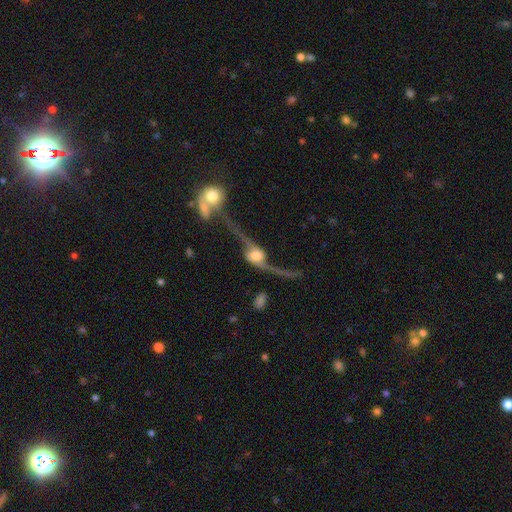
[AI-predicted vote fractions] A featured or disk galaxy (85%) with no bar (58%), 2 (92%) loose (94%) spiral arms (90%) and a moderate central bulge (48%). Merging: none (38%).